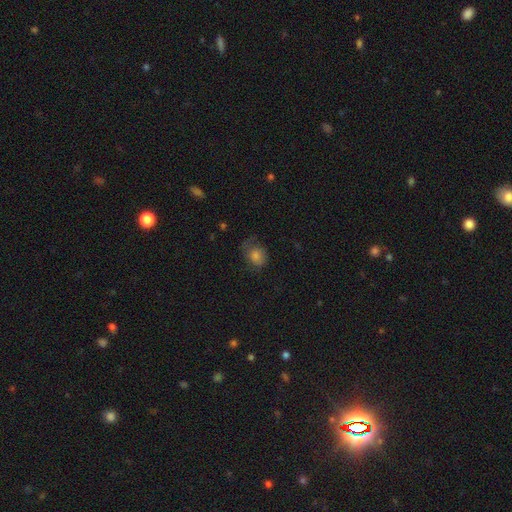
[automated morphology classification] This appears to be a smooth galaxy with no disk features (65%) that is round (53%). Merging: none (47%).